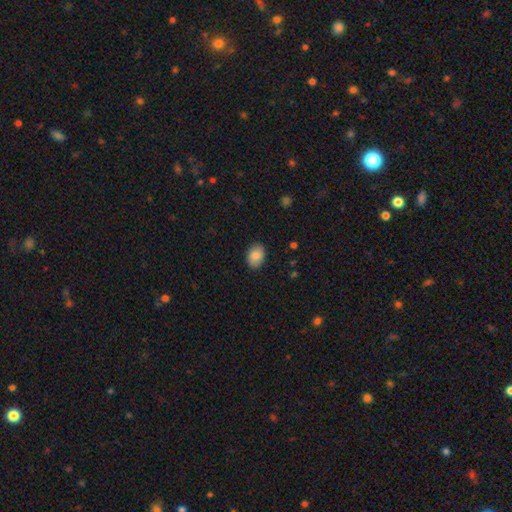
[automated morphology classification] Q: Smooth or featured?
A: smooth (85%); runner-up: featured or disk (7%)
Q: How rounded?
A: in between (79%); runner-up: round (20%)
Q: Merging?
A: none (87%); runner-up: minor disturbance (10%)